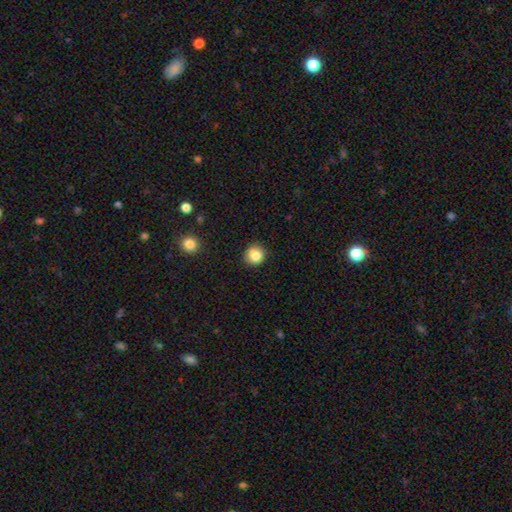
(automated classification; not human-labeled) Smooth or featured? Predicted: smooth (p=0.85). How rounded? Predicted: round (p=0.89). Merging? Predicted: none (p=0.88).